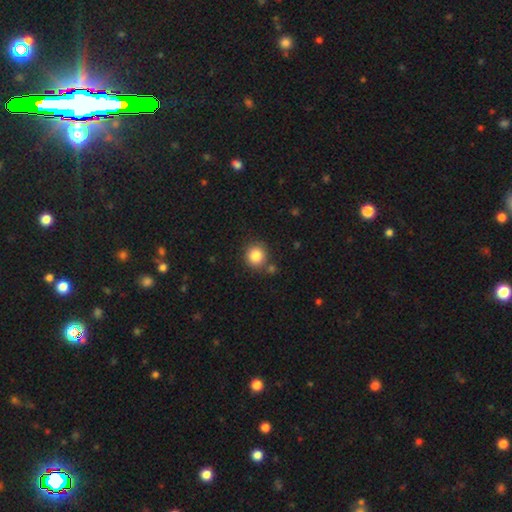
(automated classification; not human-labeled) Smooth or featured?
  - smooth: 85% *
  - star or artifact: 10%
  - featured or disk: 5%
How rounded?
  - round: 90% *
  - in between: 9%
  - cigar-shaped: 1%
Merging?
  - none: 79% *
  - minor disturbance: 10%
  - merger: 9%
  - major disturbance: 3%